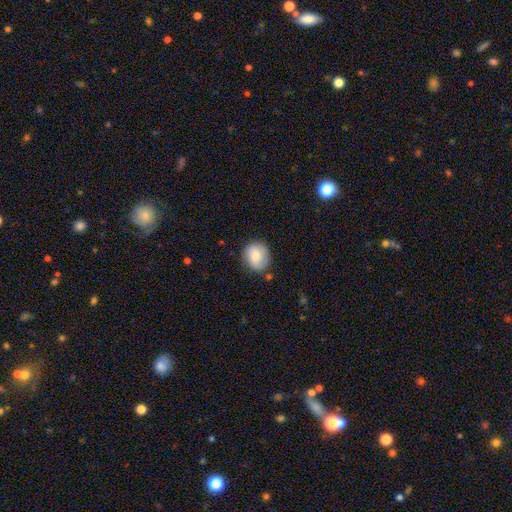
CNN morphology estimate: Smooth or featured? smooth (76%)
How rounded? round (73%)
Merging? none (77%)